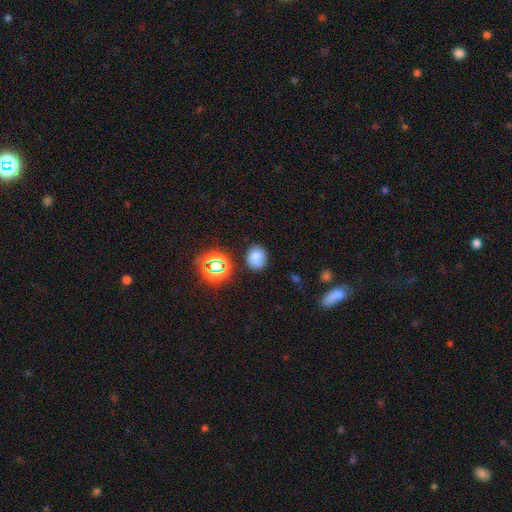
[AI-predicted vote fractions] Q: Smooth or featured?
A: smooth (74%); runner-up: star or artifact (17%)
Q: How rounded?
A: round (60%); runner-up: in between (39%)
Q: Merging?
A: none (80%); runner-up: minor disturbance (13%)